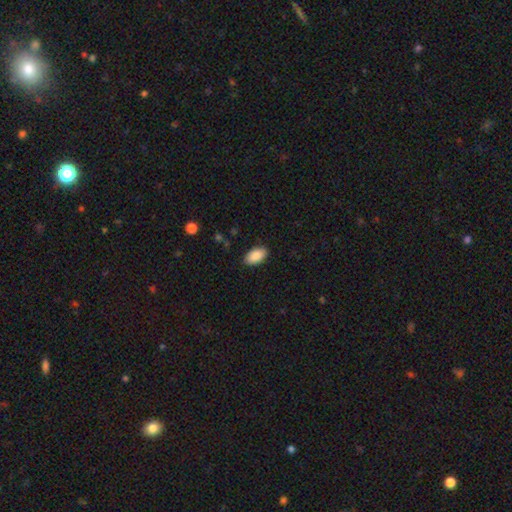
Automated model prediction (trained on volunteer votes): smooth_or_featured: smooth (p=0.89) [alt: star or artifact p=0.06]
how_rounded: in between (p=0.95) [alt: round p=0.03]
merging: none (p=0.88) [alt: minor disturbance p=0.09]